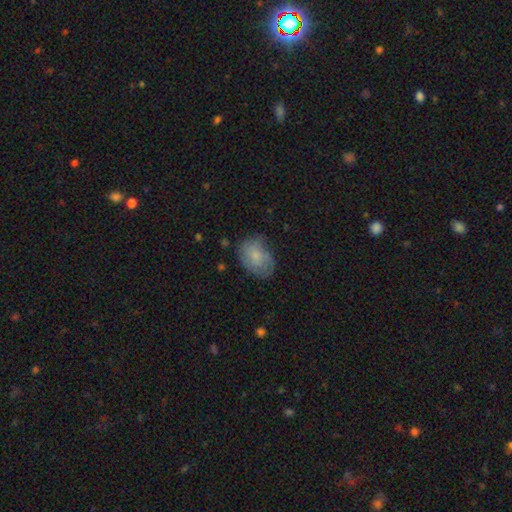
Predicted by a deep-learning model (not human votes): Smooth or featured? Predicted: smooth (p=0.69). How rounded? Predicted: in between (p=0.76). Merging? Predicted: none (p=0.58).